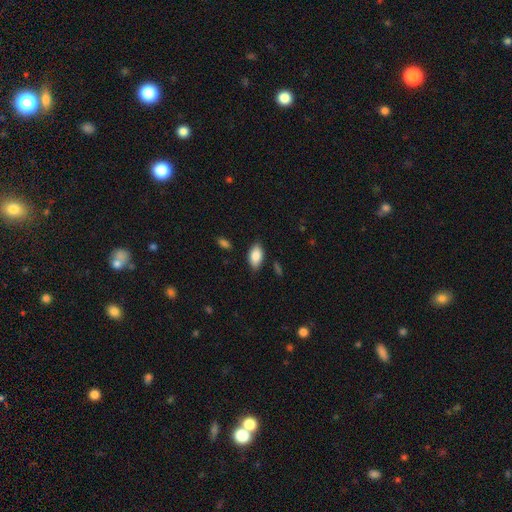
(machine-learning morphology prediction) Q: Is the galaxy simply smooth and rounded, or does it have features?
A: smooth — 85%.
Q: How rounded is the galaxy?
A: in between — 93%.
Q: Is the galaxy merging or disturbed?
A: none — 82%.